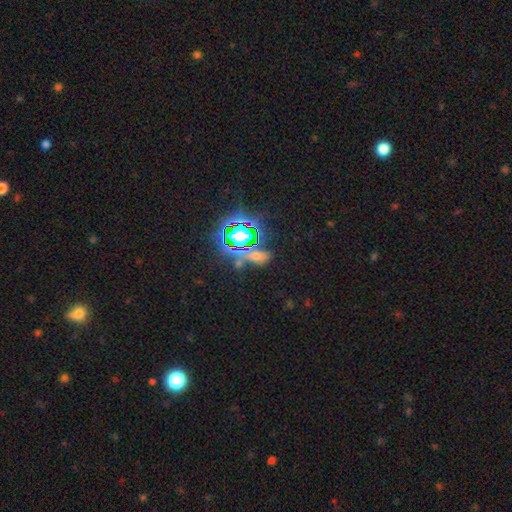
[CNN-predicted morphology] Smooth or featured?
  - star or artifact: 55% *
  - smooth: 33%
  - featured or disk: 12%